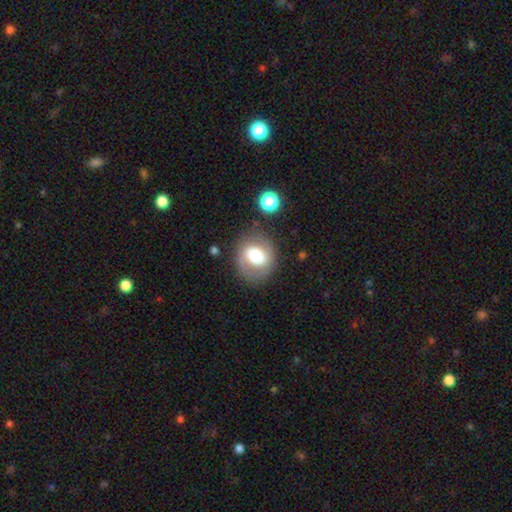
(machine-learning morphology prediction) Q: Smooth or featured?
A: featured or disk (46%); runner-up: smooth (45%)
Q: Merging?
A: none (78%); runner-up: minor disturbance (13%)